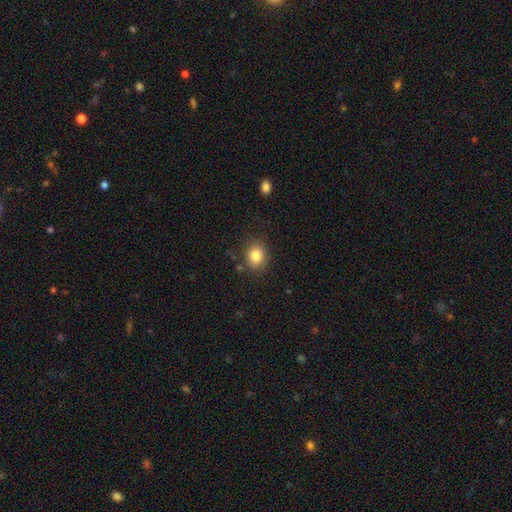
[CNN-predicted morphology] Smooth or featured? Predicted: smooth (p=0.83). How rounded? Predicted: round (p=0.61). Merging? Predicted: none (p=0.84).